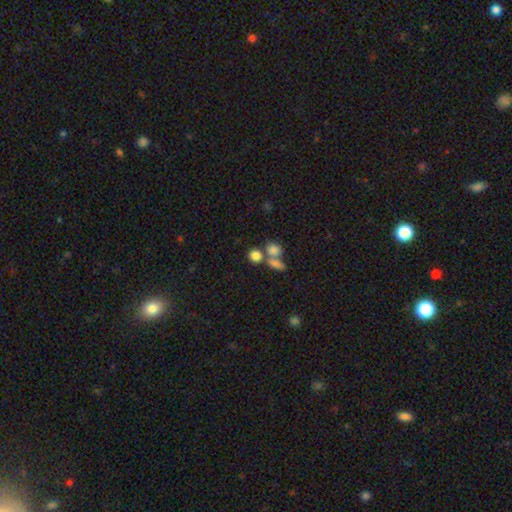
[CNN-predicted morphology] This appears to be a smooth galaxy with no disk features (79%) that is round (77%). Merging: none (49%).